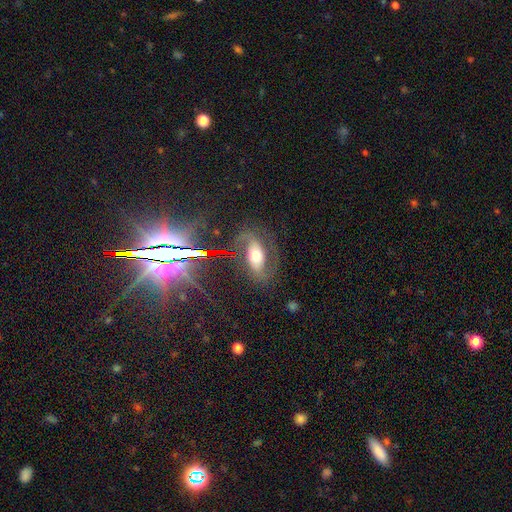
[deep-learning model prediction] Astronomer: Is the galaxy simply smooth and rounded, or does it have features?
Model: featured or disk — 69%.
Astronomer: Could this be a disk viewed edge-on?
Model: no — 93%.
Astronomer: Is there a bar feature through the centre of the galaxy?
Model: no — 41% (runner-up: strong, 30%).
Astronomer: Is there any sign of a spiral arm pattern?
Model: yes — 88%.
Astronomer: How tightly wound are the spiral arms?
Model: medium — 48% (runner-up: loose, 35%).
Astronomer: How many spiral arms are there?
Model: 2 — 89%.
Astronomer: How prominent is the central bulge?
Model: moderate — 58%.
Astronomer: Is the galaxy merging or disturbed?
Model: none — 71%.